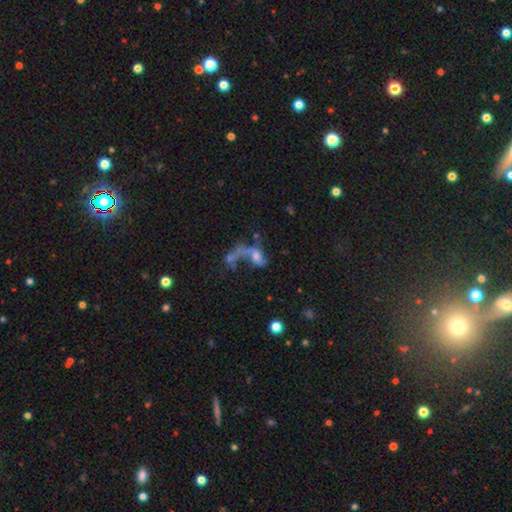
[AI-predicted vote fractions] A featured or disk galaxy (46%).

Vote fractions:
- Smooth or featured? featured or disk: 46% / smooth: 31% / star or artifact: 23%
- Merging? merger: 41% / major disturbance: 28% / none: 22% / minor disturbance: 9%